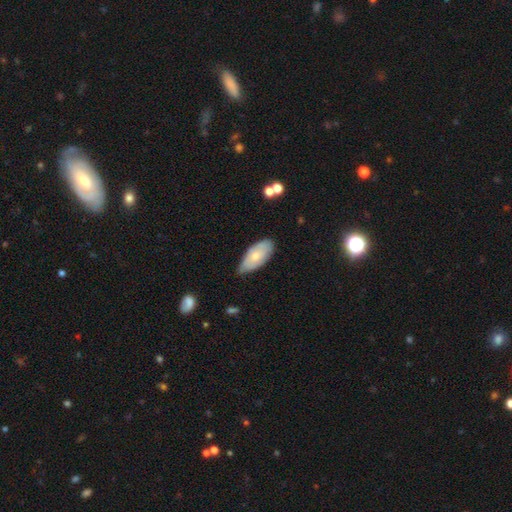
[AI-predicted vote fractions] Smooth or featured: smooth — 67% (featured or disk — 27%)
How rounded: in between — 91% (cigar-shaped — 7%)
Merging: none — 57% (minor disturbance — 36%)